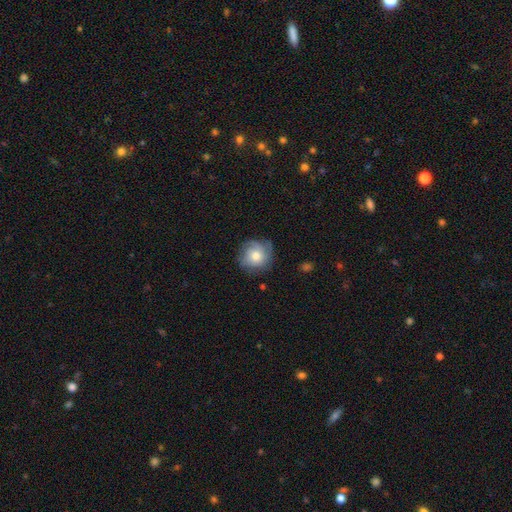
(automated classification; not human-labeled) Smooth or featured? smooth (61%)
How rounded? round (90%)
Merging? none (72%)